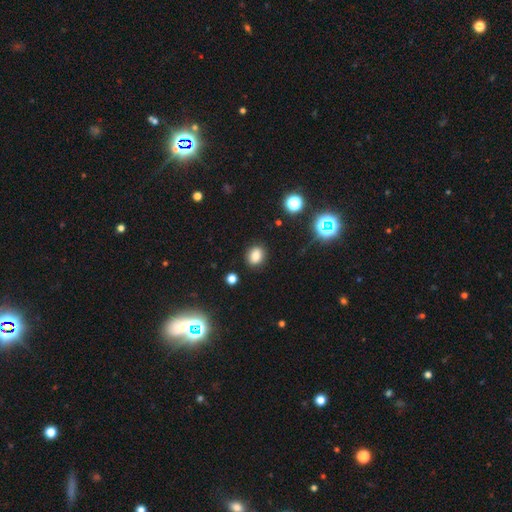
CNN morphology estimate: This is likely a smooth galaxy (79%). How rounded: possibly round (58%). Merging: clearly none (88%).